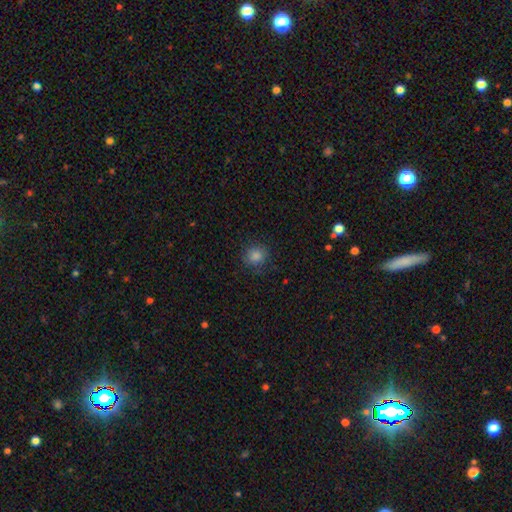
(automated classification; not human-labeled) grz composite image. It shows a smooth galaxy with no disk features (81%) that is round (92%). Merging: none (87%).